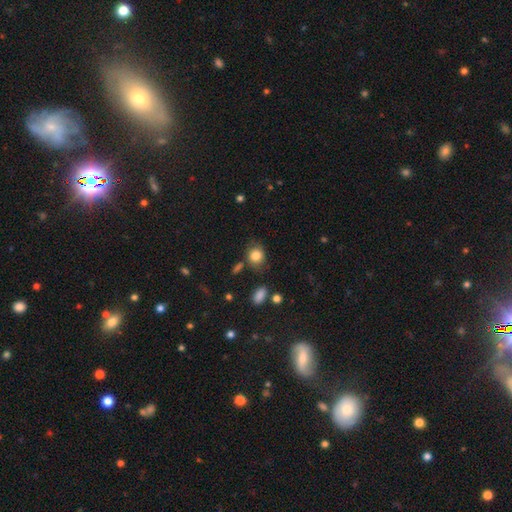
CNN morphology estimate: Smooth or featured?
  - smooth: 83% *
  - star or artifact: 10%
  - featured or disk: 7%
How rounded?
  - round: 65% *
  - in between: 33%
  - cigar-shaped: 1%
Merging?
  - none: 69% *
  - minor disturbance: 20%
  - major disturbance: 6%
  - merger: 6%